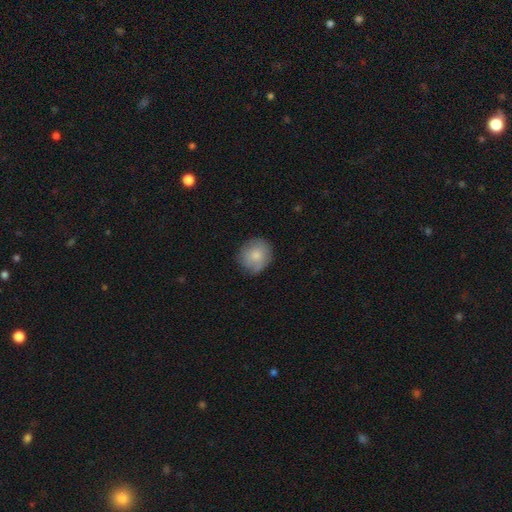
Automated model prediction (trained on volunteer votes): Smooth or featured: smooth — 78% (featured or disk — 15%)
How rounded: round — 86% (in between — 13%)
Merging: none — 75% (minor disturbance — 20%)